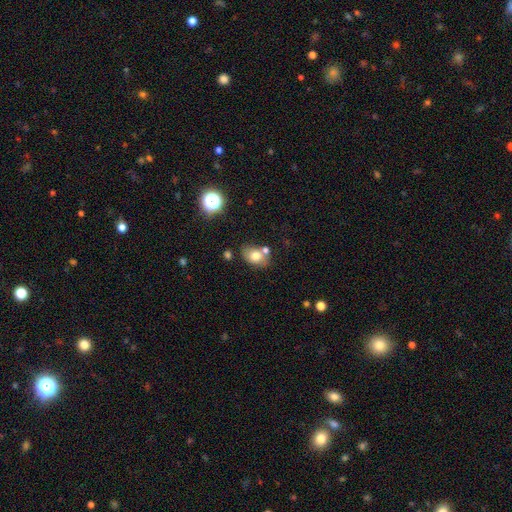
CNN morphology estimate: Smooth or featured: smooth — 74% (featured or disk — 15%)
How rounded: in between — 70% (round — 29%)
Merging: none — 60% (merger — 19%)